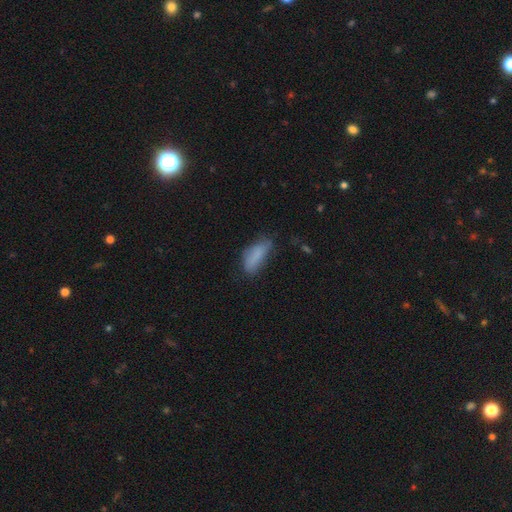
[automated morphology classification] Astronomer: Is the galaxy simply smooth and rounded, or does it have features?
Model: smooth — 80%.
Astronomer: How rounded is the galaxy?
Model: in between — 73%.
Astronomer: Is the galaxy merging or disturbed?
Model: none — 53% (runner-up: minor disturbance, 32%).